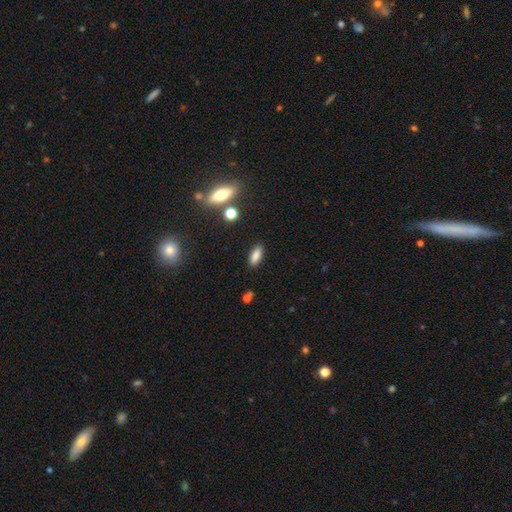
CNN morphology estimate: Smooth or featured? smooth (83%)
How rounded? in between (78%)
Merging? none (87%)